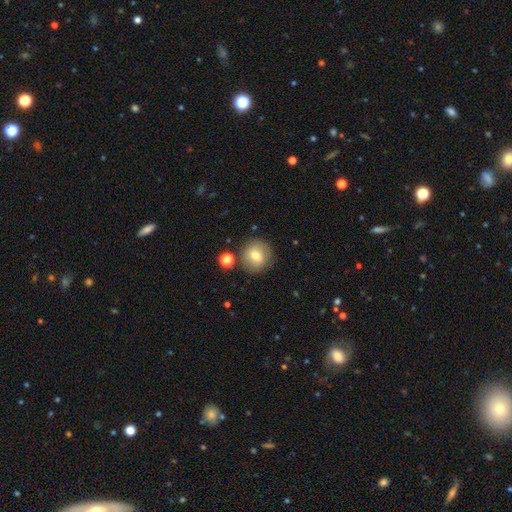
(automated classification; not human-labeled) Smooth or featured?
  - smooth: 68% *
  - featured or disk: 22%
  - star or artifact: 10%
How rounded?
  - round: 87% *
  - in between: 12%
  - cigar-shaped: 1%
Merging?
  - none: 81% *
  - minor disturbance: 11%
  - merger: 5%
  - major disturbance: 3%